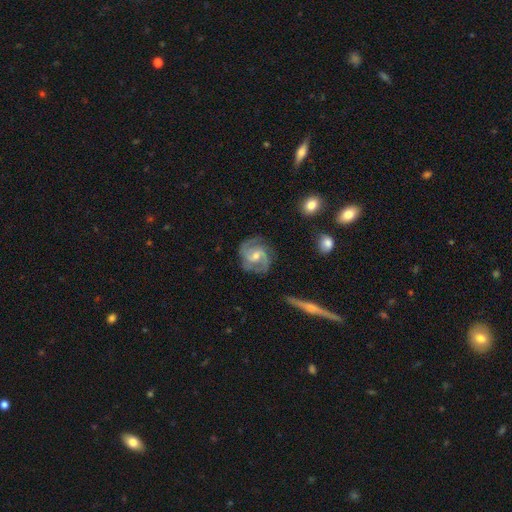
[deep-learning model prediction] featured or disk 84%, smooth 10%, star or artifact 6%. Down the decision tree: edge-on disk — no (97%); bar — weak (52%); spiral arms — yes (96%); spiral arm count — 2 (77%); spiral winding — medium (53%); bulge size — moderate (55%); merging — none (76%).